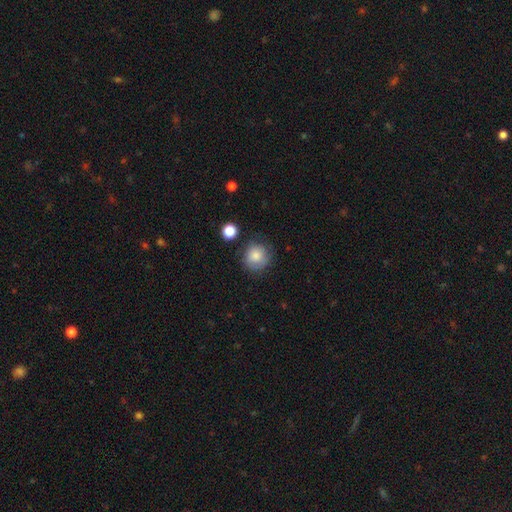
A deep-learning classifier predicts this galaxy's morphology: smooth 80%, featured or disk 11%, star or artifact 9%. Down the decision tree: how rounded — round (89%); merging — none (73%).